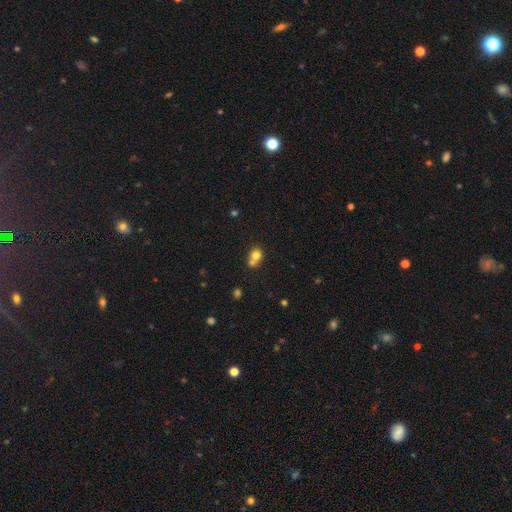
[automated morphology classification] smooth 75%, featured or disk 13%, star or artifact 11%. Down the decision tree: how rounded — round (66%); merging — merger (53%).